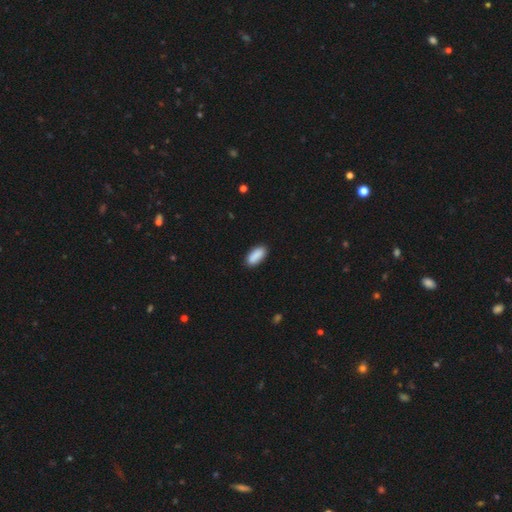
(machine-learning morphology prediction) Smooth or featured?
  - smooth: 90% *
  - star or artifact: 6%
  - featured or disk: 4%
How rounded?
  - in between: 86% *
  - cigar-shaped: 12%
  - round: 2%
Merging?
  - none: 87% *
  - minor disturbance: 10%
  - major disturbance: 2%
  - merger: 1%